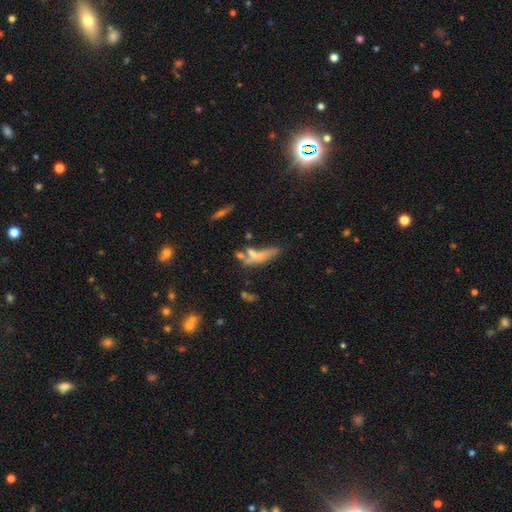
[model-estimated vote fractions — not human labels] This is possibly a smooth galaxy (49%). Merging: marginally merger (33%).